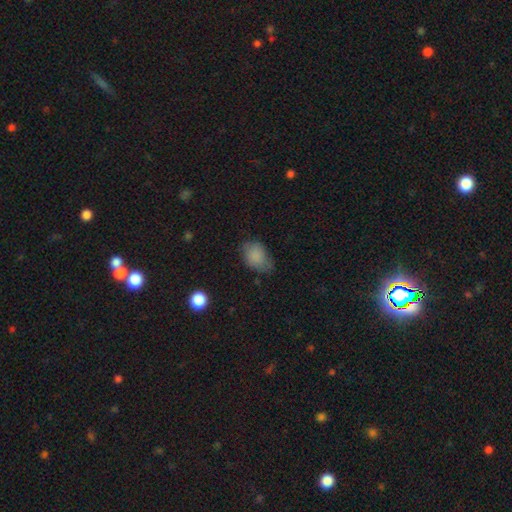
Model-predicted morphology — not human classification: This appears to be a smooth galaxy with no disk features (82%) that is in between round and cigar-shaped (76%). Merging: none (50%).